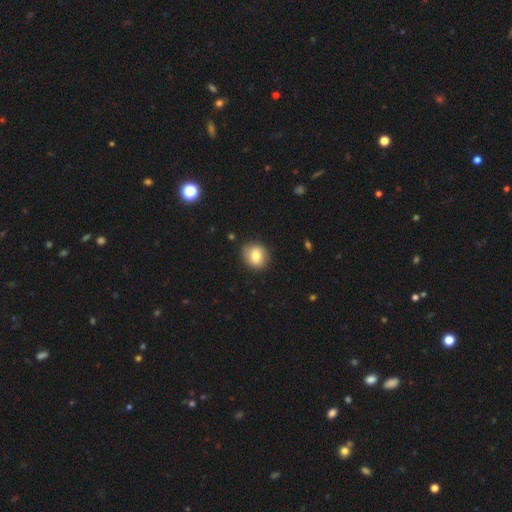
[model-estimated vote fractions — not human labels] A smooth galaxy with no disk features (78%) that is round (73%).

Vote fractions:
- Smooth or featured? smooth: 78% / featured or disk: 14% / star or artifact: 8%
- How rounded? round: 73% / in between: 26% / cigar-shaped: 1%
- Merging? none: 86% / minor disturbance: 10% / major disturbance: 2% / merger: 1%